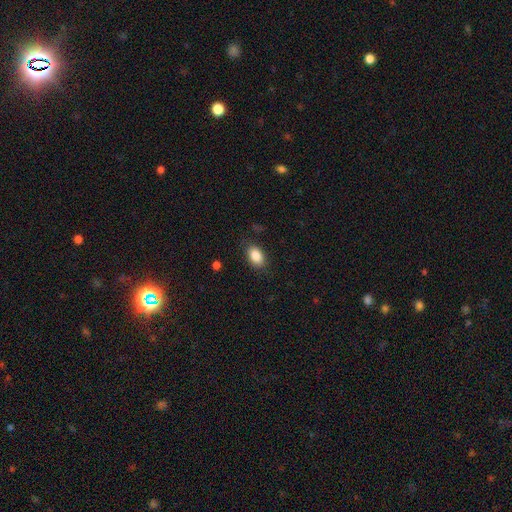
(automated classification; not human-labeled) smooth-or-featured: smooth: 87% | star or artifact: 8% | featured or disk: 6%
  how-rounded: in between: 88% | round: 10% | cigar-shaped: 1%
  merging: none: 85% | minor disturbance: 11% | major disturbance: 3% | merger: 1%